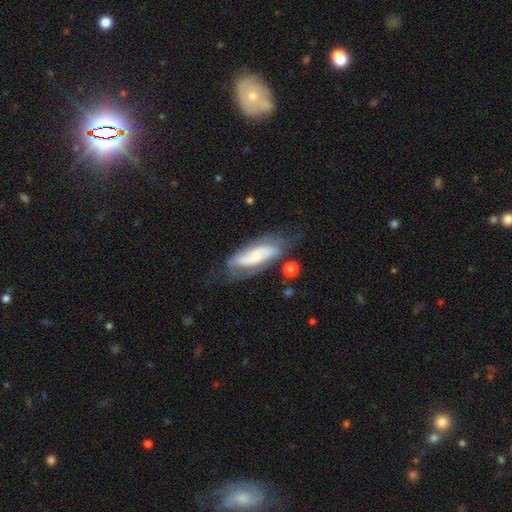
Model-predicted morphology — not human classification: The model was most divided on "bar": no: 51%, weak: 32%, strong: 17%. More confident: spiral arms — yes (86%); edge-on disk — no (85%); smooth or featured — featured or disk (66%); merging — none (59%); bulge size — small (53%).